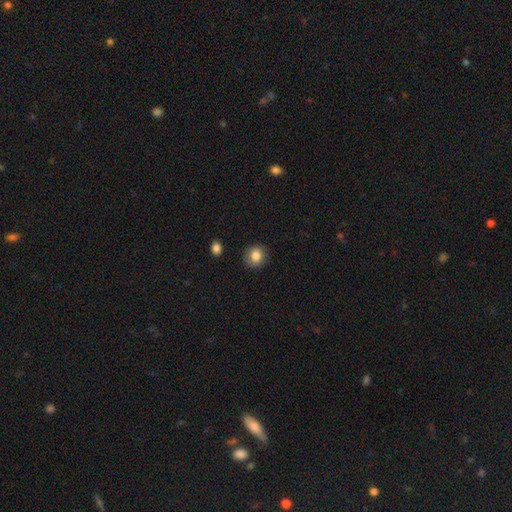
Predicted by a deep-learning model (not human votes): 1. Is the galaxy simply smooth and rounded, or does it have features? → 84% smooth, 9% star or artifact, 7% featured or disk.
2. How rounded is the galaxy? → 78% round, 21% in between, 1% cigar-shaped.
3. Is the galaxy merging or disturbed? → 86% none, 11% minor disturbance, 3% major disturbance, 1% merger.